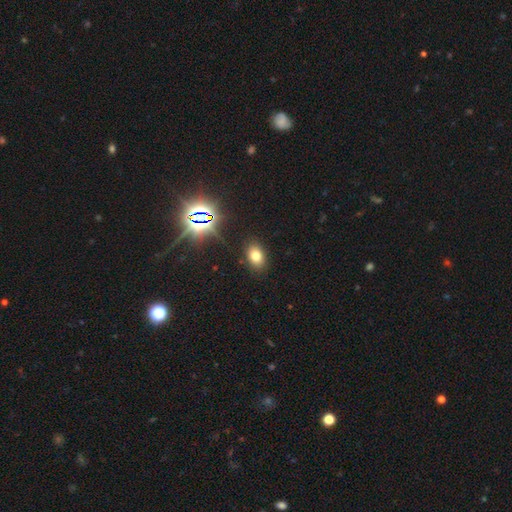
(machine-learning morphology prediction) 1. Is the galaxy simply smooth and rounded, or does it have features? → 73% smooth, 18% star or artifact, 9% featured or disk.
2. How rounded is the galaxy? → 81% in between, 18% round, 1% cigar-shaped.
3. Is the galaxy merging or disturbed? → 87% none, 8% minor disturbance, 3% major disturbance, 2% merger.